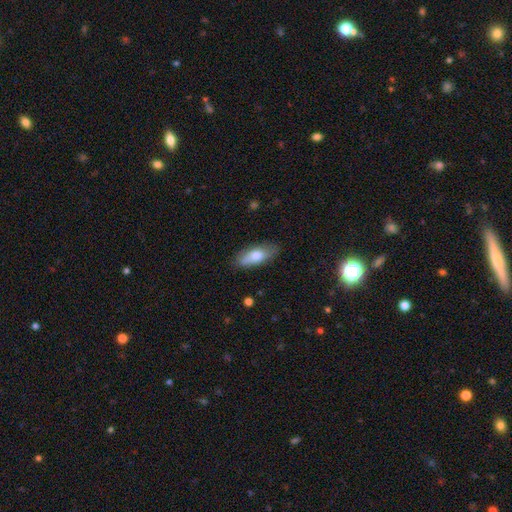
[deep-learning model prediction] Smooth or featured? Predicted: smooth (p=0.71). How rounded? Predicted: in between (p=0.66). Merging? Predicted: none (p=0.80).